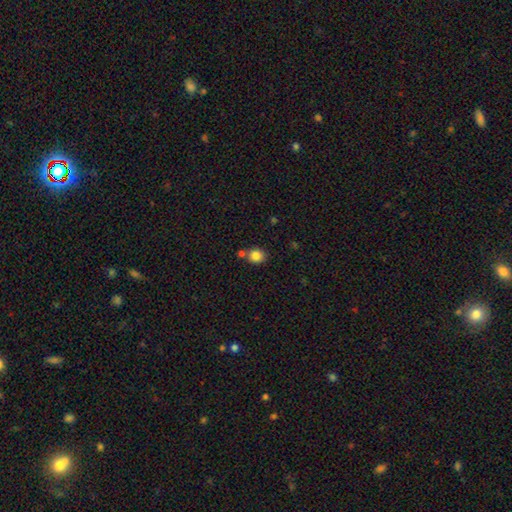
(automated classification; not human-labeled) A smooth galaxy with no disk features (84%) that is round (77%).

Vote fractions:
- Smooth or featured? smooth: 84% / star or artifact: 10% / featured or disk: 6%
- How rounded? round: 77% / in between: 22% / cigar-shaped: 1%
- Merging? none: 68% / merger: 18% / minor disturbance: 11% / major disturbance: 3%